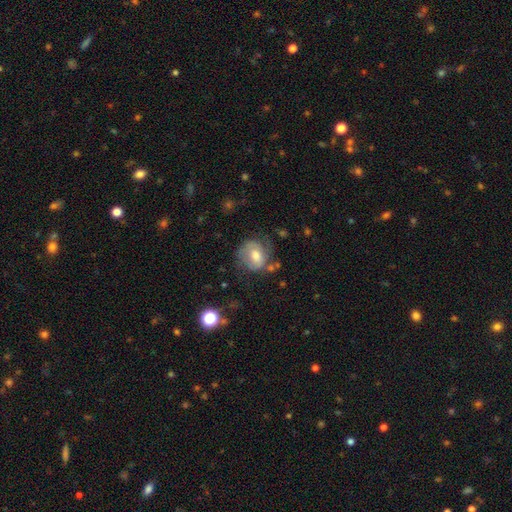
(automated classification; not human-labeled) Morphology: type=featured or disk (48%); merging=none (56%).